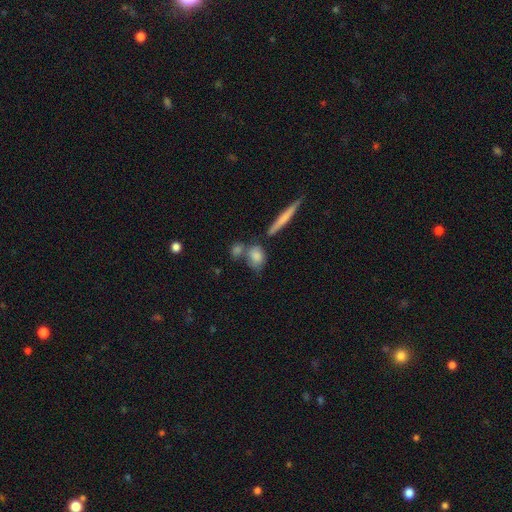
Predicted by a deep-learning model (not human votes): This appears to be a smooth galaxy with no disk features (78%) that is in between round and cigar-shaped (53%). Merging: none (50%).